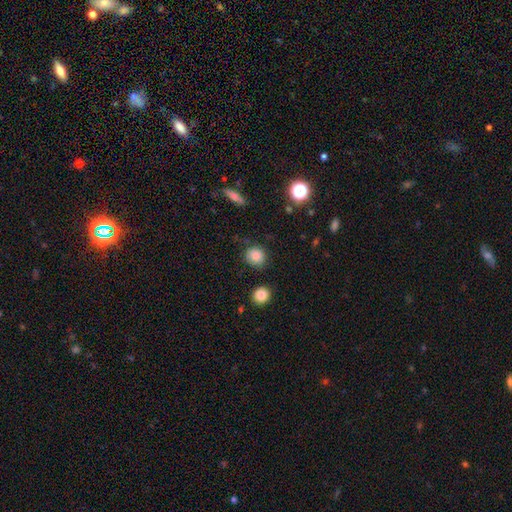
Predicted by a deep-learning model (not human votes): smooth_or_featured: smooth (p=0.84) [alt: star or artifact p=0.11]
how_rounded: round (p=0.80) [alt: in between p=0.19]
merging: none (p=0.83) [alt: minor disturbance p=0.11]